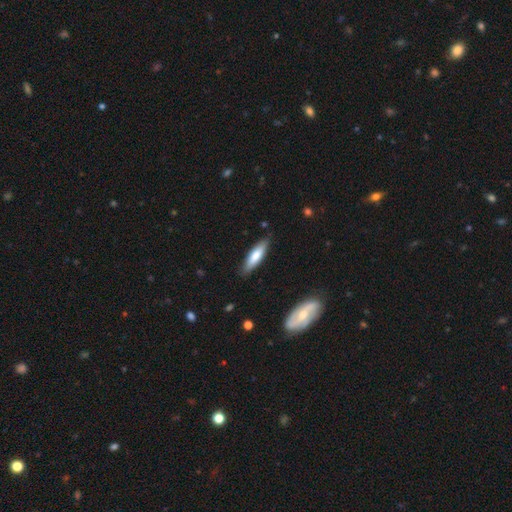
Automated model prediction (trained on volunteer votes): The model was most divided on "how rounded": cigar-shaped: 61%, in between: 37%, round: 1%. More confident: merging — none (85%); smooth or featured — smooth (72%).